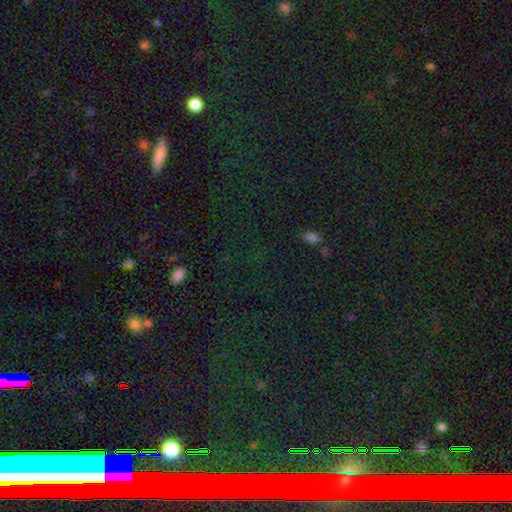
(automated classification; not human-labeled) Smooth or featured?
  - star or artifact: 73% *
  - smooth: 19%
  - featured or disk: 8%